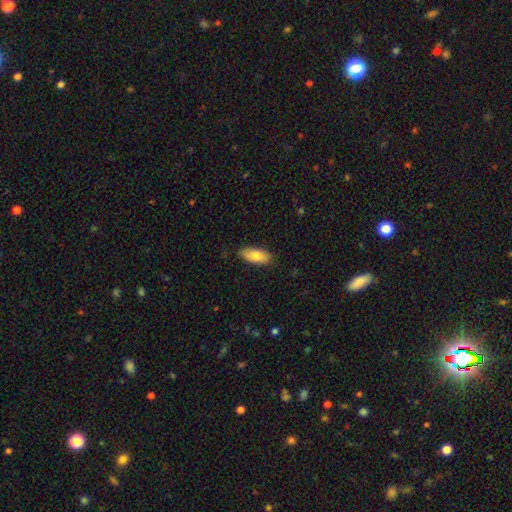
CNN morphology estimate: smooth 78%, featured or disk 16%, star or artifact 6%. Down the decision tree: how rounded — in between (86%); merging — none (86%).